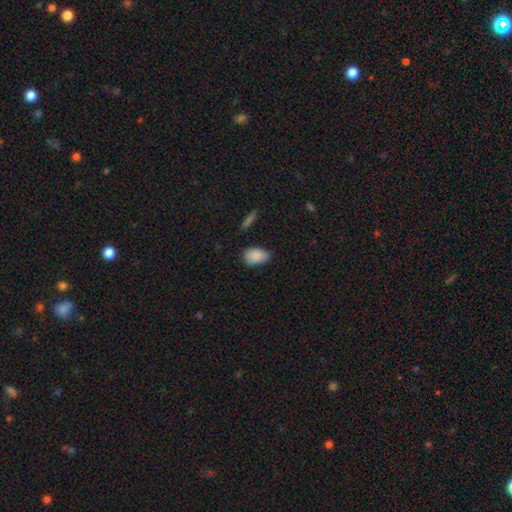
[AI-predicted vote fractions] Morphology: type=smooth (87%); roundness=in between (87%); merging=none (60%).